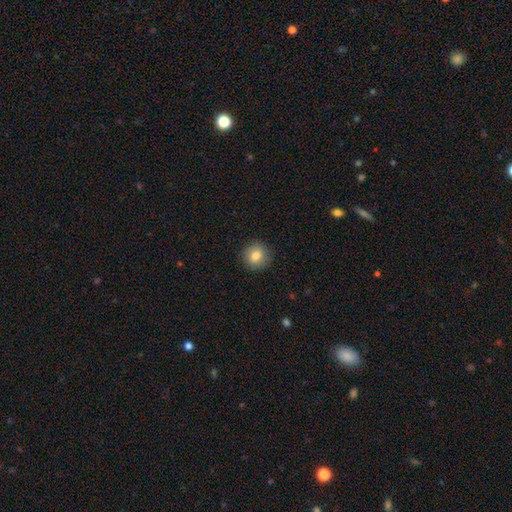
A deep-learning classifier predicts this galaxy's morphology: smooth-or-featured: smooth: 82% | star or artifact: 9% | featured or disk: 8%
  how-rounded: round: 89% | in between: 10% | cigar-shaped: 1%
  merging: none: 90% | minor disturbance: 7% | major disturbance: 2% | merger: 1%